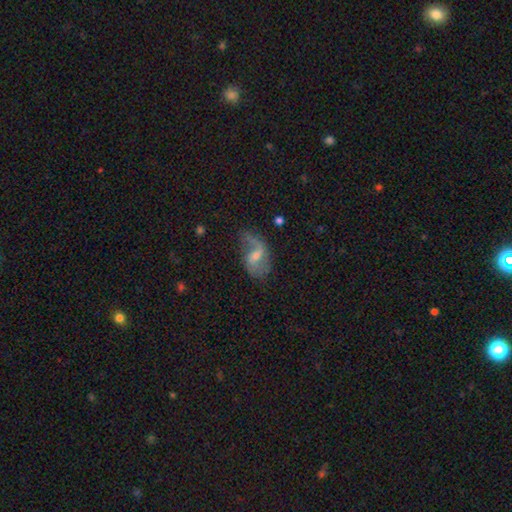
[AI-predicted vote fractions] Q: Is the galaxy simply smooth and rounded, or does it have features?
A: featured or disk — 72%.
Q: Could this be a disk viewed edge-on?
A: no — 96%.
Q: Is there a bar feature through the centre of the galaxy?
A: weak — 52%.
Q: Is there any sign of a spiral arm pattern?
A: yes — 87%.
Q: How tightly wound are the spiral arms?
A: loose — 68%.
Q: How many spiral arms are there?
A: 2 — 65%.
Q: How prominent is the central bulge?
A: small — 45%, tied with moderate.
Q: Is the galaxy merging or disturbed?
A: none — 48%.